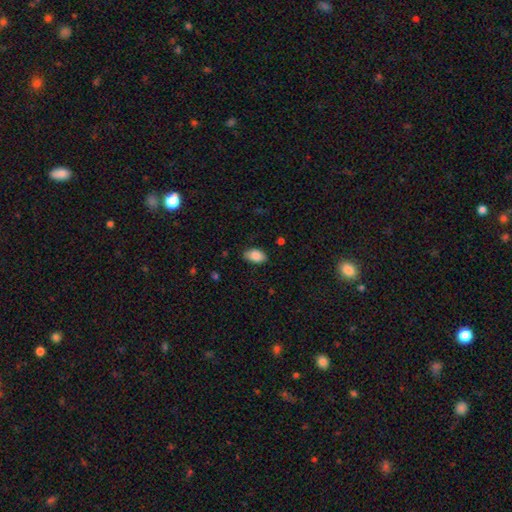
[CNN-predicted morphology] Smooth or featured? smooth (87%)
How rounded? in between (92%)
Merging? none (80%)